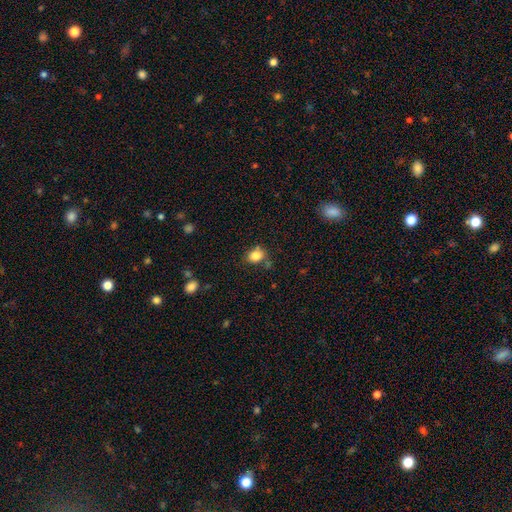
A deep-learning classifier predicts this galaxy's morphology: Q: Smooth or featured?
A: smooth (83%); runner-up: star or artifact (10%)
Q: How rounded?
A: in between (52%); runner-up: round (47%)
Q: Merging?
A: none (71%); runner-up: minor disturbance (17%)